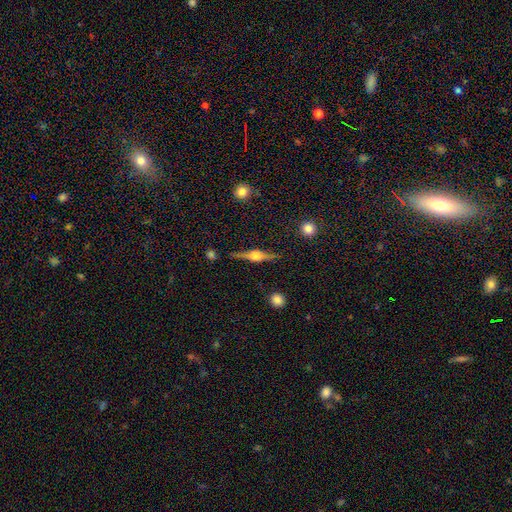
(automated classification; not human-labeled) smooth_or_featured: featured or disk (p=0.77) [alt: smooth p=0.16]
disk_edge_on: yes (p=0.97) [alt: no p=0.03]
edge_on_bulge: rounded (p=0.86) [alt: boxy p=0.12]
merging: none (p=0.85) [alt: minor disturbance p=0.10]